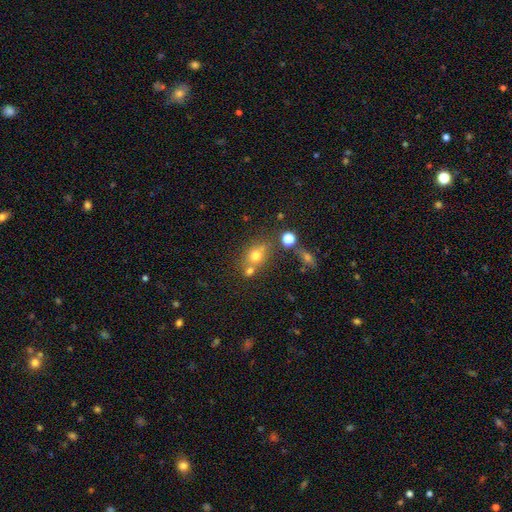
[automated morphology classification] smooth 67%, star or artifact 18%, featured or disk 15%. Down the decision tree: how rounded — round (61%); merging — none (54%).